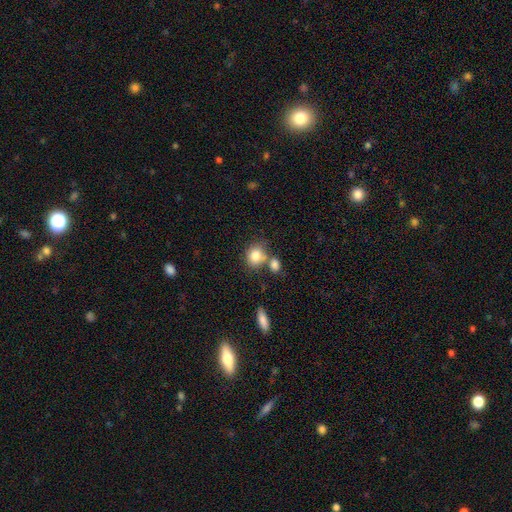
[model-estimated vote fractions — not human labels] The model was most divided on "merging": none: 53%, merger: 30%, minor disturbance: 13%, major disturbance: 4%. More confident: smooth or featured — smooth (81%); how rounded — round (61%).